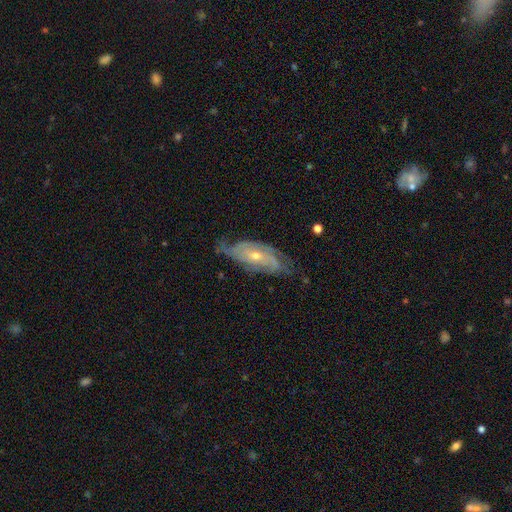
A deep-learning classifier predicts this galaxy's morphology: A featured or disk galaxy (83%) with no bar (68%), 2 (33%) tight (51%) spiral arms (94%) and a small central bulge (57%). Merging: none (66%).